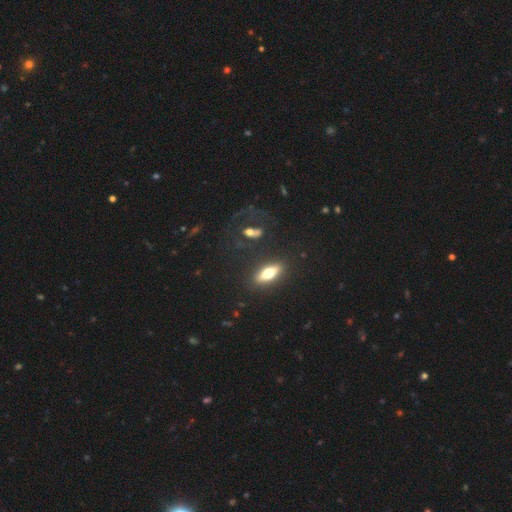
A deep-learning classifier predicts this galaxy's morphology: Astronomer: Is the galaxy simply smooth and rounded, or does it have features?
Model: star or artifact — 41% (runner-up: smooth, 40%).